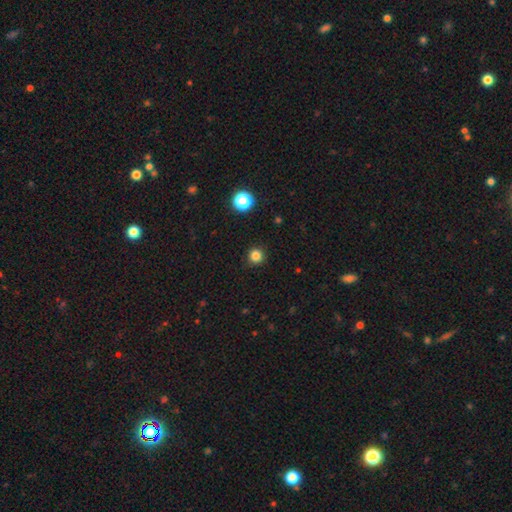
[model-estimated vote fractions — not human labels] The model was most divided on "smooth or featured": smooth: 83%, star or artifact: 13%, featured or disk: 3%. More confident: how rounded — round (95%); merging — none (91%).